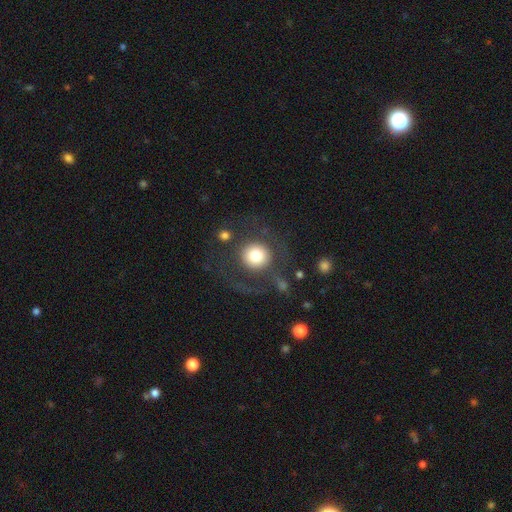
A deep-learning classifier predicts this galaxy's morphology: A smooth galaxy with no disk features (73%) that is round (94%). Merging: none (66%).